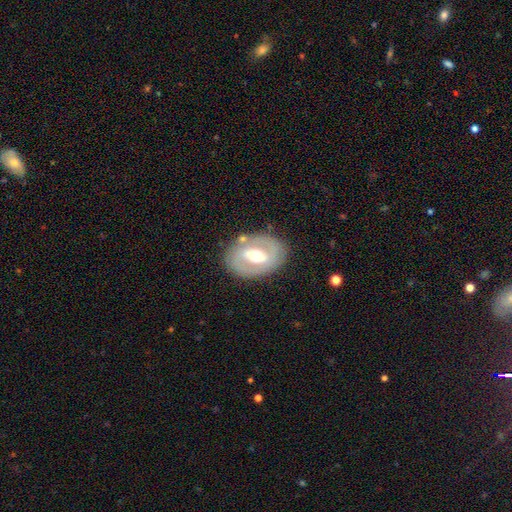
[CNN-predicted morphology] This is likely a featured or disk galaxy (71%). It is clearly not viewed edge-on (93%). Bar: marginally strong (41%). Spiral arm pattern: possibly yes (54%). Central bulge: likely moderate (71%). Merging: clearly none (80%).